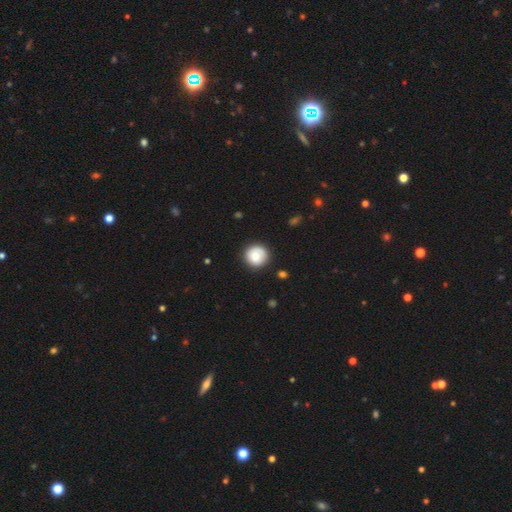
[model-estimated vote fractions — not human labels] This is likely a smooth galaxy (77%). How rounded: clearly round (94%). Merging: clearly none (84%).